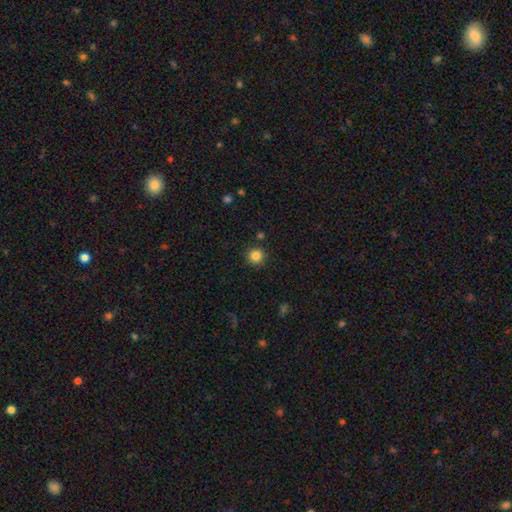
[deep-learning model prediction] The model was most divided on "smooth or featured": smooth: 85%, star or artifact: 11%, featured or disk: 4%. More confident: how rounded — round (95%); merging — none (90%).